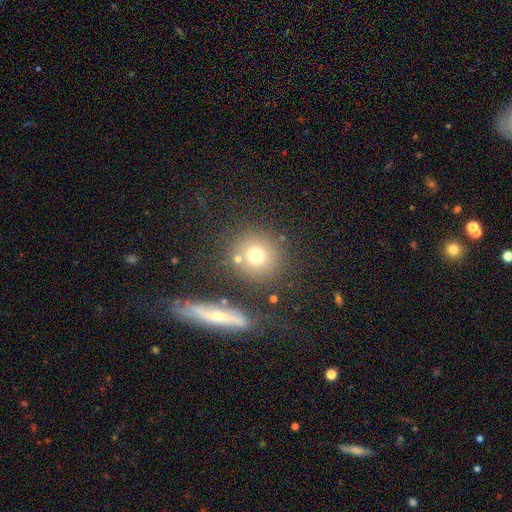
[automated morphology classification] type=smooth (72%); roundness=round (91%); merging=none (74%).